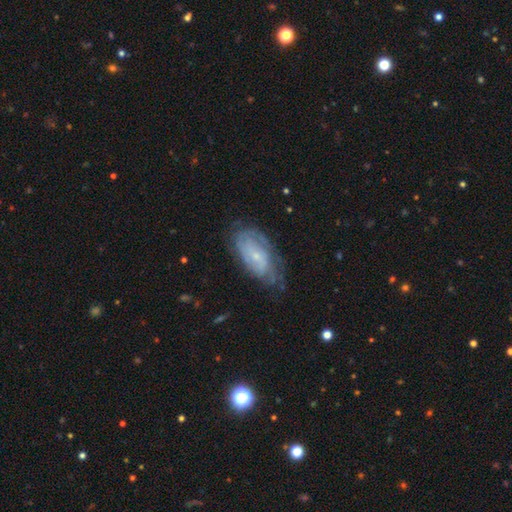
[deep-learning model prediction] smooth-or-featured: featured or disk: 72% | smooth: 21% | star or artifact: 7%
  disk-edge-on: no: 94% | yes: 6%
    bar: no: 61% | weak: 33% | strong: 7%
    has-spiral-arms: yes: 88% | no: 12%
      spiral-winding: tight: 61% | medium: 30% | loose: 10%
      spiral-arm-count: can't tell: 50% | 2: 25% | 3: 10% | 4: 6% | 1: 4% | more than 4: 4%
    bulge-size: small: 76% | moderate: 18% | none: 4% | large: 1% | dominant: 1%
  merging: none: 63% | minor disturbance: 25% | major disturbance: 10% | merger: 2%